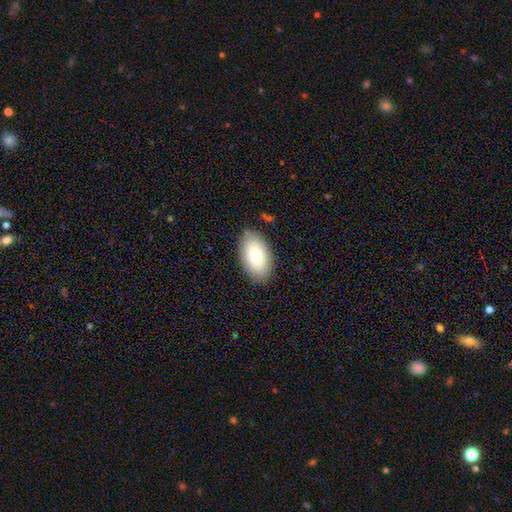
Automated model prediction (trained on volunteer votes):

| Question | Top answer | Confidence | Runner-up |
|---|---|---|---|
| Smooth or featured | smooth | 78% | featured or disk (16%) |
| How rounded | in between | 93% | round (5%) |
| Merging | none | 83% | minor disturbance (13%) |